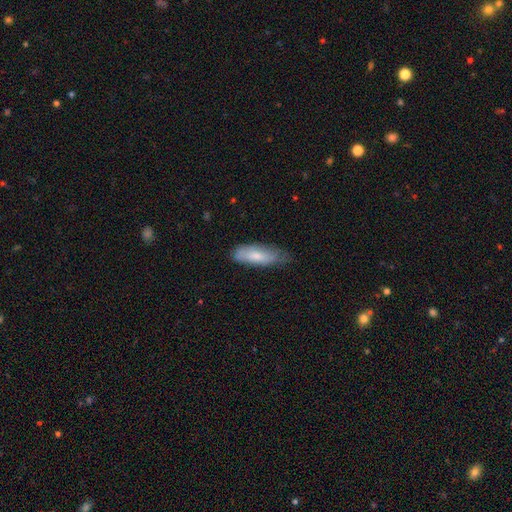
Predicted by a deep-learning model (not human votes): smooth 74%, featured or disk 20%, star or artifact 6%. Down the decision tree: how rounded — in between (62%); merging — none (56%).